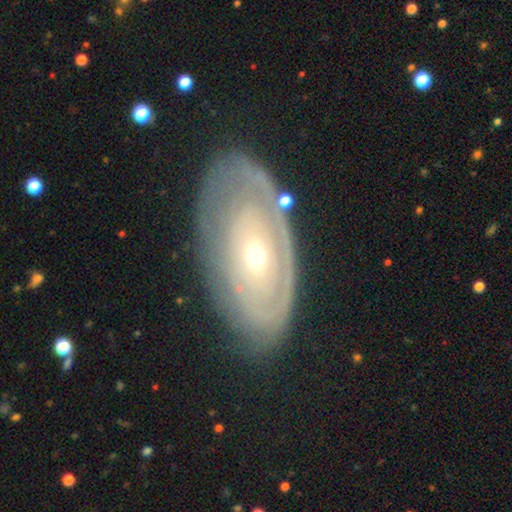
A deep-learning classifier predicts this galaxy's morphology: featured or disk 73%, smooth 21%, star or artifact 7%. Down the decision tree: edge-on disk — no (91%); bar — no (81%); spiral arms — yes (56%); bulge size — small (59%); merging — none (74%).